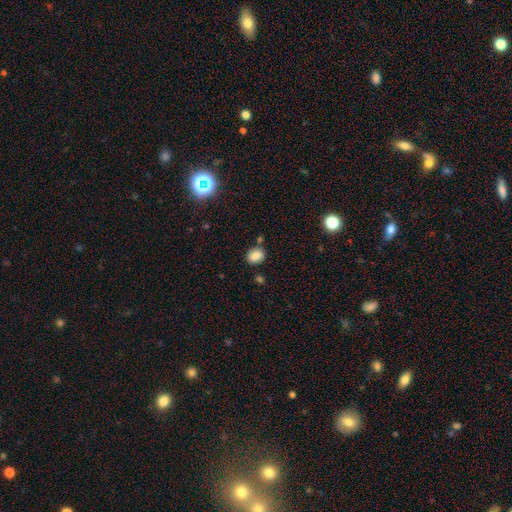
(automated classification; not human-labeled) smooth_or_featured: smooth (p=0.82) [alt: star or artifact p=0.11]
how_rounded: round (p=0.56) [alt: in between p=0.43]
merging: none (p=0.79) [alt: minor disturbance p=0.11]